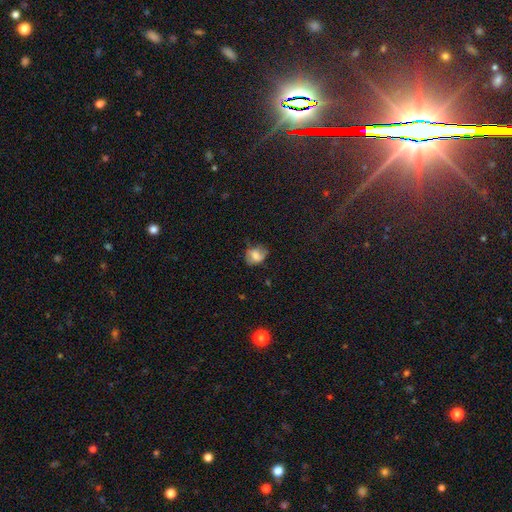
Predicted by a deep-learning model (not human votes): This appears to be a smooth galaxy with no disk features (60%) that is in between round and cigar-shaped (58%). Merging: none (57%).